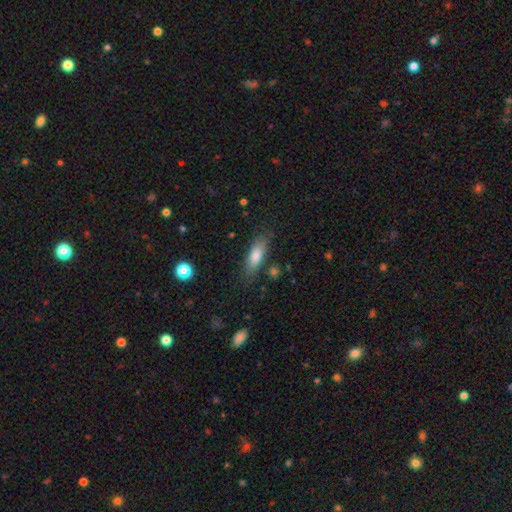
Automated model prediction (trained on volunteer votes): A smooth galaxy with no disk features (75%) that is in between round and cigar-shaped (54%).

Vote fractions:
- Smooth or featured? smooth: 75% / featured or disk: 17% / star or artifact: 7%
- How rounded? in between: 54% / cigar-shaped: 43% / round: 2%
- Merging? none: 79% / minor disturbance: 14% / major disturbance: 4% / merger: 3%